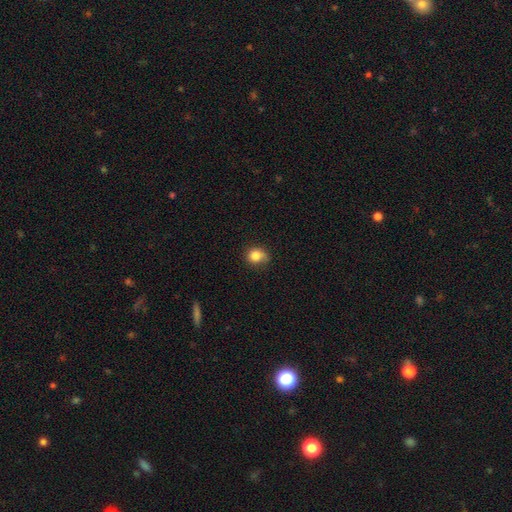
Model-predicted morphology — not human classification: Smooth or featured?
  - smooth: 82% *
  - star or artifact: 10%
  - featured or disk: 8%
How rounded?
  - round: 69% *
  - in between: 30%
  - cigar-shaped: 1%
Merging?
  - none: 60% *
  - minor disturbance: 30%
  - major disturbance: 8%
  - merger: 2%